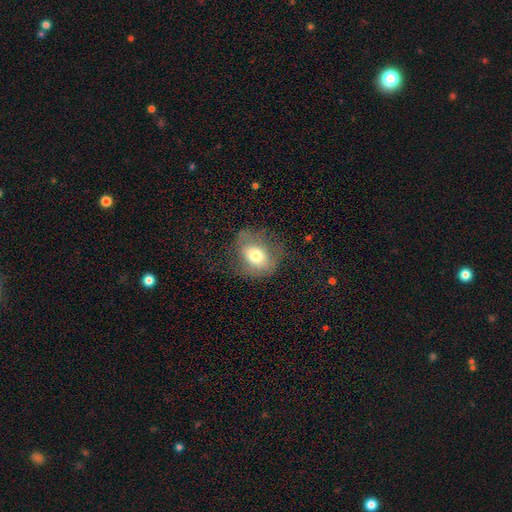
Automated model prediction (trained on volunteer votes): Overall: smooth (67%). How rounded: in between (51%; round 48%). Merging: none (56%; minor disturbance 24%).